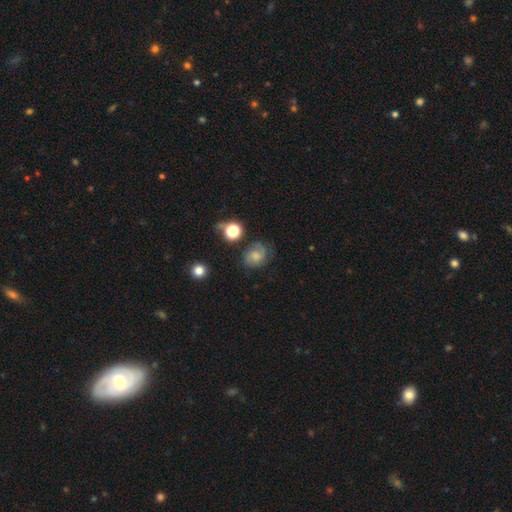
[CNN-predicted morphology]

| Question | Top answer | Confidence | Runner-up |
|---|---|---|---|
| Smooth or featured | featured or disk | 45% | smooth (42%) |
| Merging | none | 67% | minor disturbance (21%) |